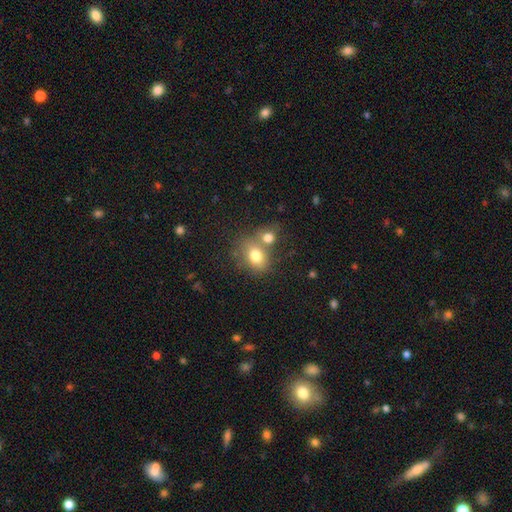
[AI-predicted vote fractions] smooth 77%, featured or disk 12%, star or artifact 11%. Down the decision tree: how rounded — round (52%); merging — none (46%).